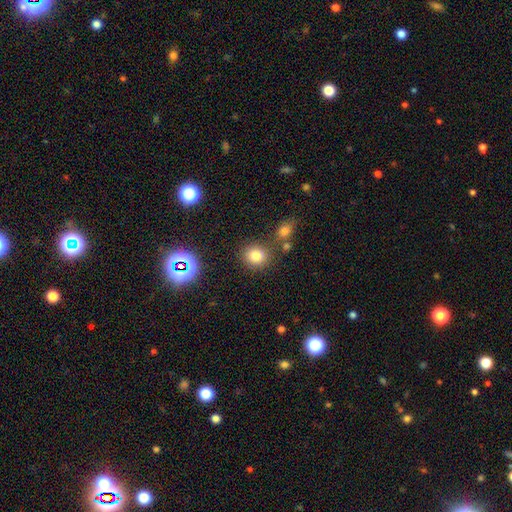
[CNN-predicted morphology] smooth 79%, star or artifact 14%, featured or disk 7%. Down the decision tree: how rounded — round (80%); merging — none (78%).